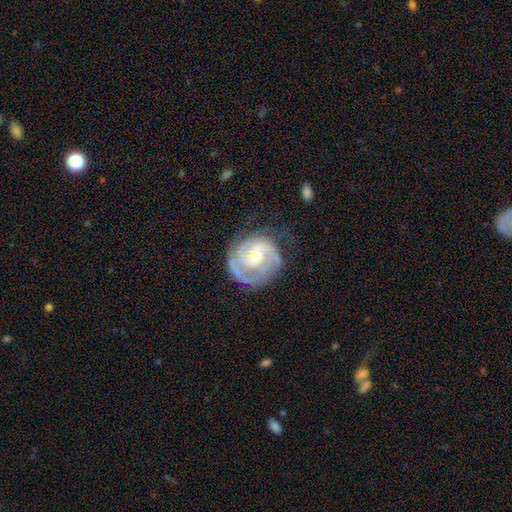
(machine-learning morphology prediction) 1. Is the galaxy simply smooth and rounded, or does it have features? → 81% featured or disk, 13% smooth, 6% star or artifact.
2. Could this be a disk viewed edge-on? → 98% no, 2% yes.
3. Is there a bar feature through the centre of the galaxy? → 56% no, 36% weak, 8% strong.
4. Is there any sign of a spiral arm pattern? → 92% yes, 8% no.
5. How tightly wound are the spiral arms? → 57% tight, 34% medium, 9% loose.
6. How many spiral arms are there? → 32% 2, 28% can't tell, 22% 3, 8% 1, 6% 4, 4% more than 4.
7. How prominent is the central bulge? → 45% moderate, 35% small, 9% large, 9% none, 1% dominant.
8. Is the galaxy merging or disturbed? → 62% none, 21% minor disturbance, 14% major disturbance, 2% merger.